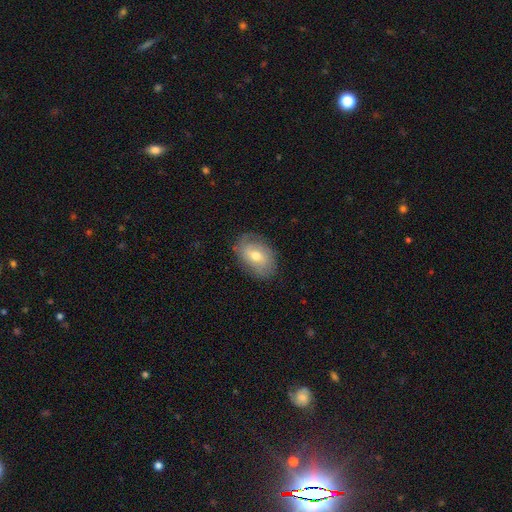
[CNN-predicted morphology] type=smooth (53%); roundness=in between (84%); merging=none (78%).